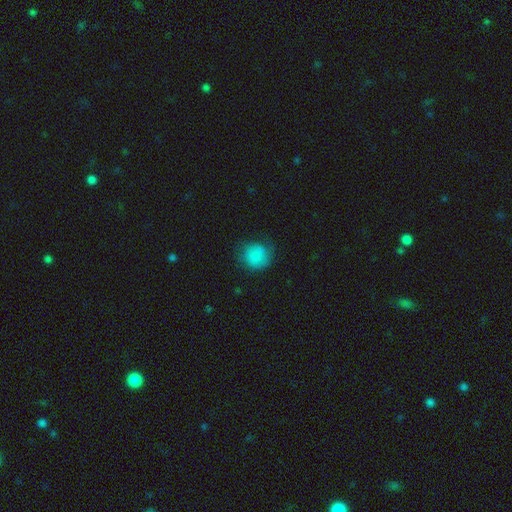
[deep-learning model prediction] A smooth galaxy with no disk features (83%) that is round (82%).

Vote fractions:
- Smooth or featured? smooth: 83% / featured or disk: 9% / star or artifact: 9%
- How rounded? round: 82% / in between: 17% / cigar-shaped: 1%
- Merging? none: 66% / minor disturbance: 24% / major disturbance: 9% / merger: 1%